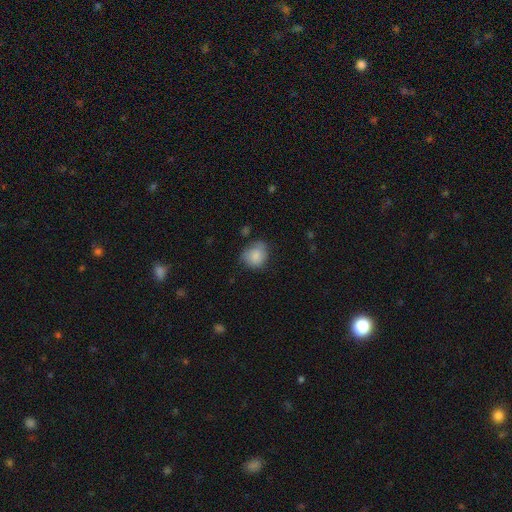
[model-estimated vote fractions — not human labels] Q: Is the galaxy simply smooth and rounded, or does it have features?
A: smooth — 81%.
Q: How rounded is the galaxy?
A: round — 64%.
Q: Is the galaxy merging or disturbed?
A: none — 59%.